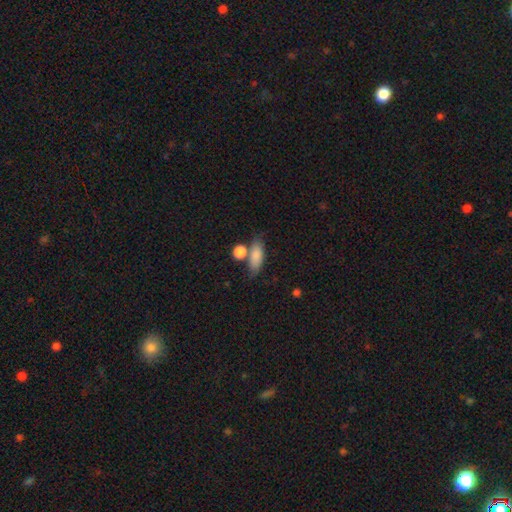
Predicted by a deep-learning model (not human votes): Q: Smooth or featured?
A: smooth (82%); runner-up: featured or disk (10%)
Q: How rounded?
A: in between (74%); runner-up: cigar-shaped (19%)
Q: Merging?
A: none (56%); runner-up: merger (22%)